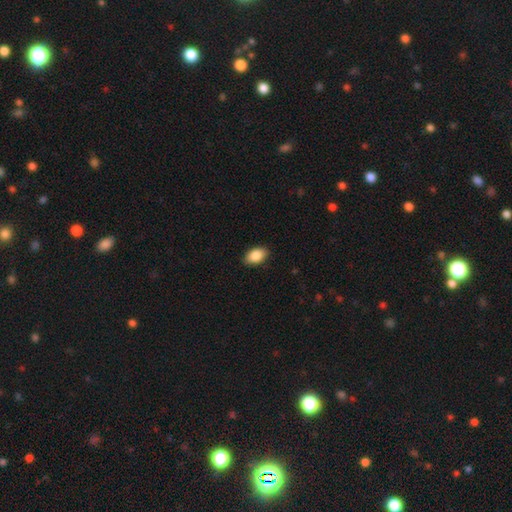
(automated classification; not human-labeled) This appears to be a smooth galaxy with no disk features (89%) that is in between round and cigar-shaped (91%). Merging: none (88%).